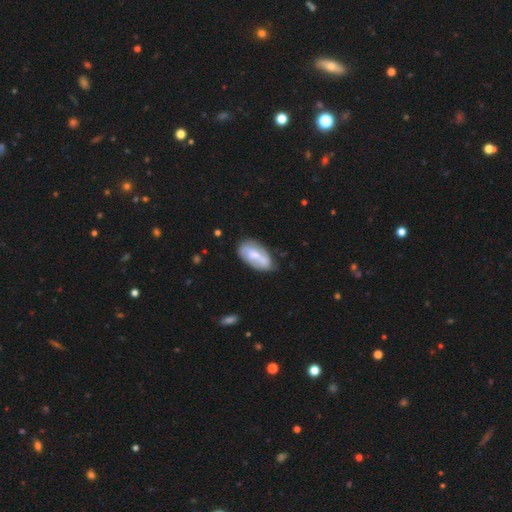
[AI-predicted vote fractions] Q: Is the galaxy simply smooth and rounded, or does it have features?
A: smooth — 52%.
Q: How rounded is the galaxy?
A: in between — 91%.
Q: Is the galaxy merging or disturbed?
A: none — 61%.